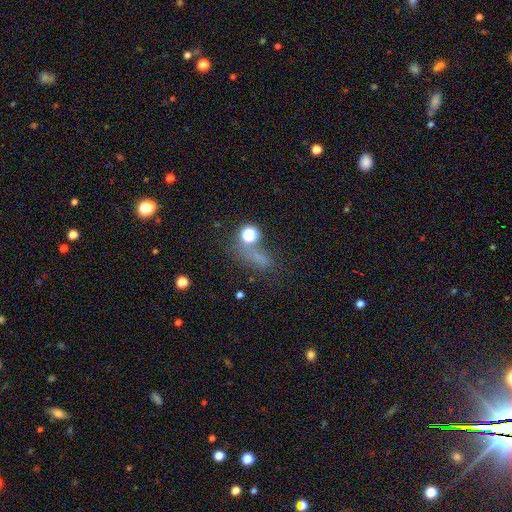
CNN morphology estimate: A smooth galaxy with no disk features (53%) that is in between round and cigar-shaped (49%). Merging: none (52%).